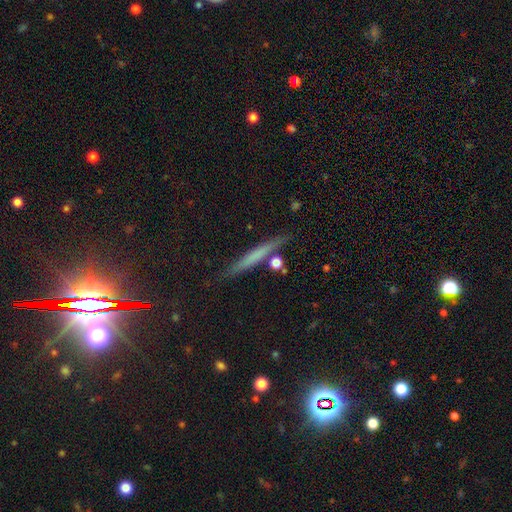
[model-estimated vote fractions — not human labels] Smooth or featured?
  - smooth: 52% *
  - featured or disk: 35%
  - star or artifact: 13%
How rounded?
  - cigar-shaped: 93% *
  - in between: 4%
  - round: 3%
Merging?
  - none: 83% *
  - minor disturbance: 11%
  - merger: 4%
  - major disturbance: 3%